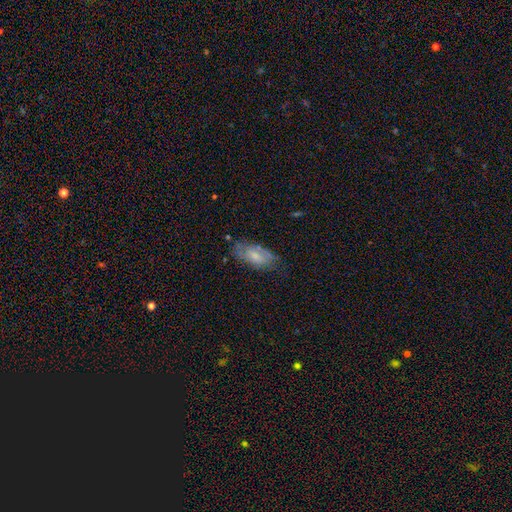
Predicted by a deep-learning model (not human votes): A smooth galaxy with no disk features (58%) that is in between round and cigar-shaped (88%). Merging: none (60%).